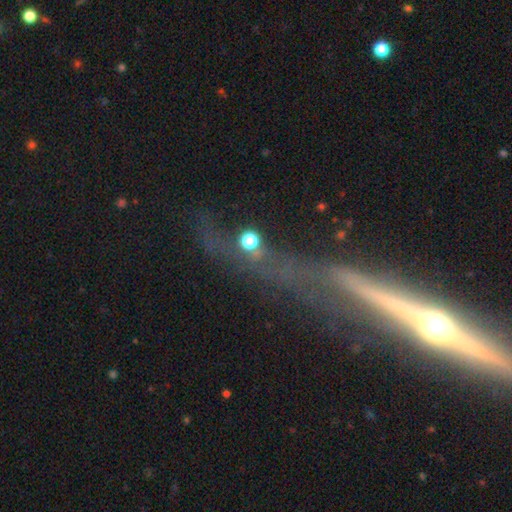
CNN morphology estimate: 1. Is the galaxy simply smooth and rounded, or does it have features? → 43% featured or disk, 30% star or artifact, 27% smooth.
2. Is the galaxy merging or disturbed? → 41% none, 26% major disturbance, 18% merger, 15% minor disturbance.